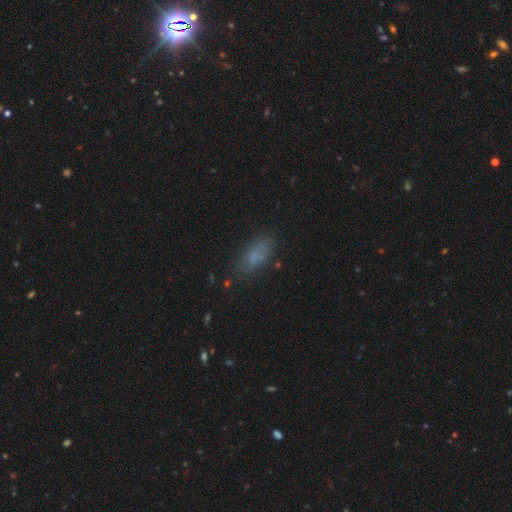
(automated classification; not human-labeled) smooth-or-featured: smooth: 72% | featured or disk: 15% | star or artifact: 13%
  how-rounded: in between: 80% | cigar-shaped: 16% | round: 4%
  merging: none: 68% | minor disturbance: 20% | major disturbance: 9% | merger: 3%